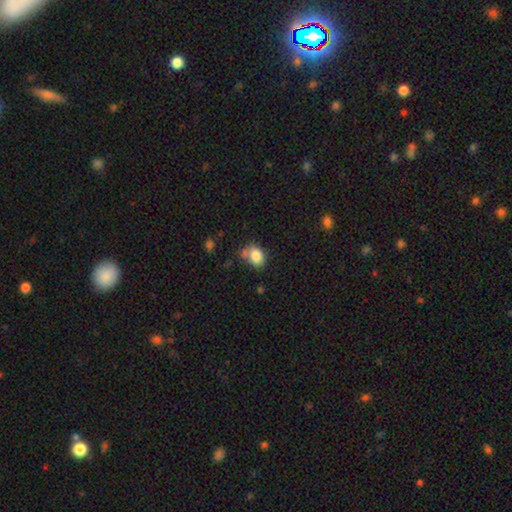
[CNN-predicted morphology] smooth-or-featured: smooth: 83% | star or artifact: 9% | featured or disk: 8%
  how-rounded: in between: 64% | round: 35% | cigar-shaped: 1%
  merging: none: 51% | minor disturbance: 23% | merger: 18% | major disturbance: 8%